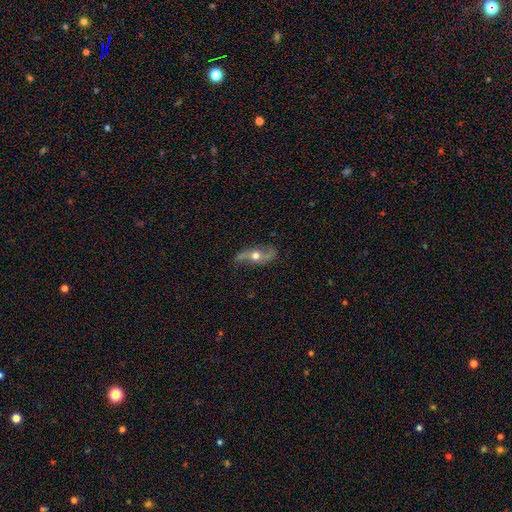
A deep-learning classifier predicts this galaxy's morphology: This is likely a featured or disk galaxy (72%). It is likely not viewed edge-on (75%). Bar: likely no (70%). Spiral arm pattern: clearly yes (83%). Central bulge: likely moderate (72%). Merging: likely none (69%).